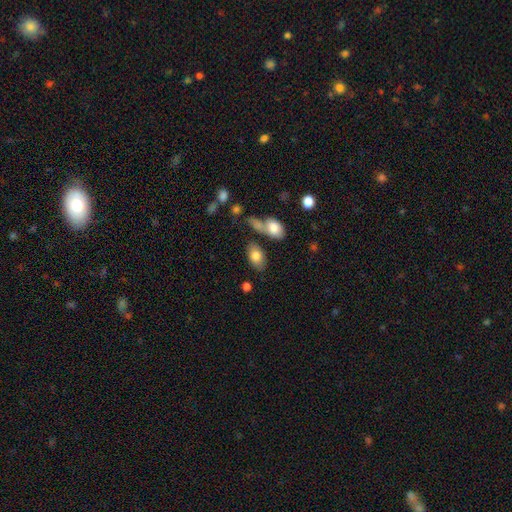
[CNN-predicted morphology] Overall: smooth (80%). How rounded: in between (91%). Merging: none (66%).